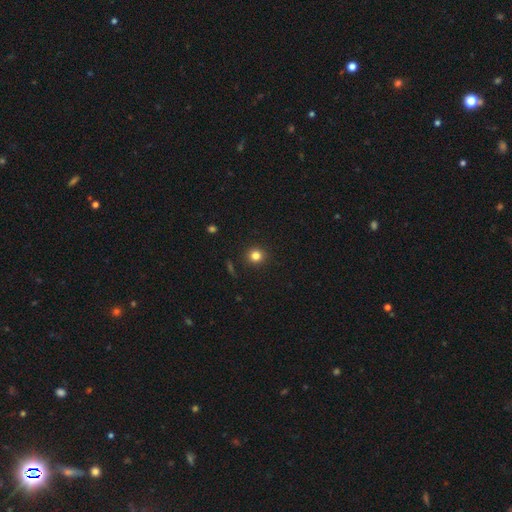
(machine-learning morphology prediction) A smooth galaxy with no disk features (81%) that is round (92%).

Vote fractions:
- Smooth or featured? smooth: 81% / star or artifact: 13% / featured or disk: 6%
- How rounded? round: 92% / in between: 7% / cigar-shaped: 1%
- Merging? none: 91% / minor disturbance: 6% / major disturbance: 2% / merger: 1%